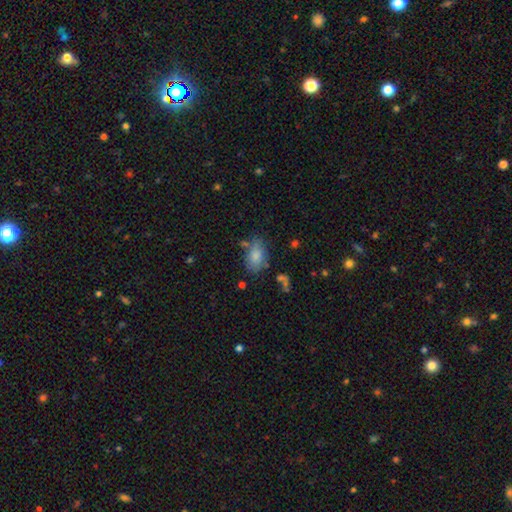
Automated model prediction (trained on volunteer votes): smooth 81%, featured or disk 11%, star or artifact 8%. Down the decision tree: how rounded — in between (88%); merging — none (60%).